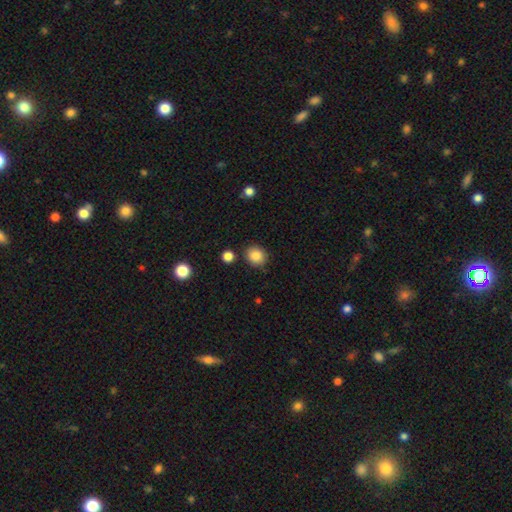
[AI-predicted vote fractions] Smooth or featured: smooth — 86% (star or artifact — 9%)
How rounded: round — 75% (in between — 24%)
Merging: none — 85% (minor disturbance — 9%)